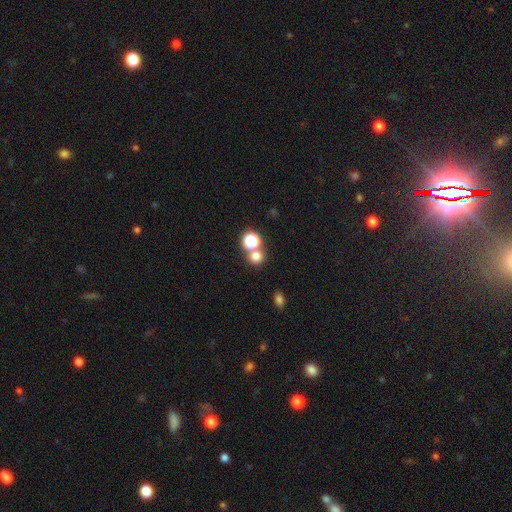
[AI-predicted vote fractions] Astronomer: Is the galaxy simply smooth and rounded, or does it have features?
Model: smooth — 73%.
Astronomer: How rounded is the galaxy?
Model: round — 87%.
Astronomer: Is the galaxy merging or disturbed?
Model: none — 61%.